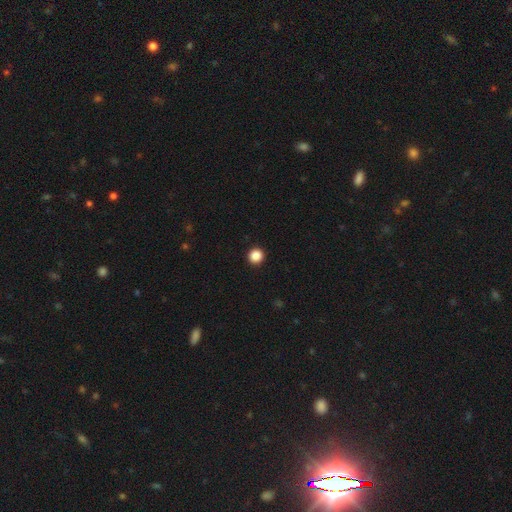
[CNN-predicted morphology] Q: Smooth or featured?
A: smooth (87%); runner-up: star or artifact (11%)
Q: How rounded?
A: round (96%); runner-up: in between (3%)
Q: Merging?
A: none (94%); runner-up: minor disturbance (4%)